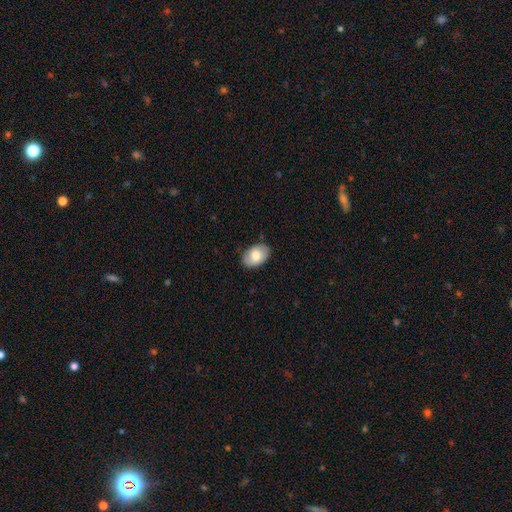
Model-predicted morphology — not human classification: Smooth or featured?
  - smooth: 75% *
  - featured or disk: 18%
  - star or artifact: 7%
How rounded?
  - in between: 86% *
  - round: 13%
  - cigar-shaped: 1%
Merging?
  - none: 82% *
  - minor disturbance: 15%
  - major disturbance: 3%
  - merger: 1%